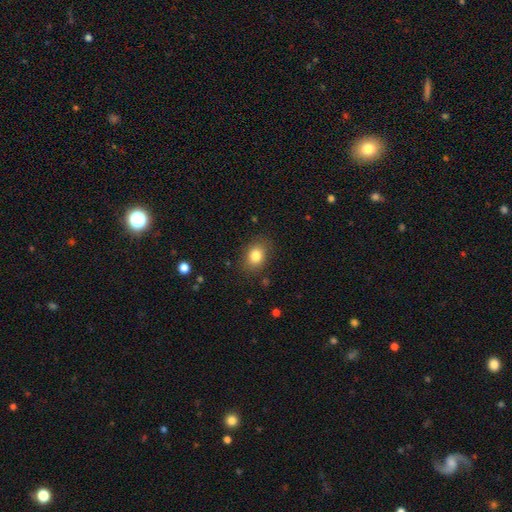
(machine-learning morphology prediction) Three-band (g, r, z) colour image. It shows a smooth galaxy with no disk features (82%) that is in between round and cigar-shaped (57%). Merging: none (83%).